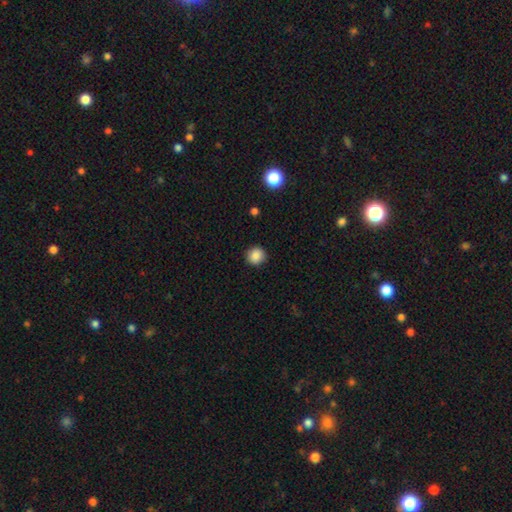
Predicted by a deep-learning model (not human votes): The model was most divided on "smooth or featured": smooth: 87%, star or artifact: 9%, featured or disk: 3%. More confident: how rounded — round (92%); merging — none (91%).